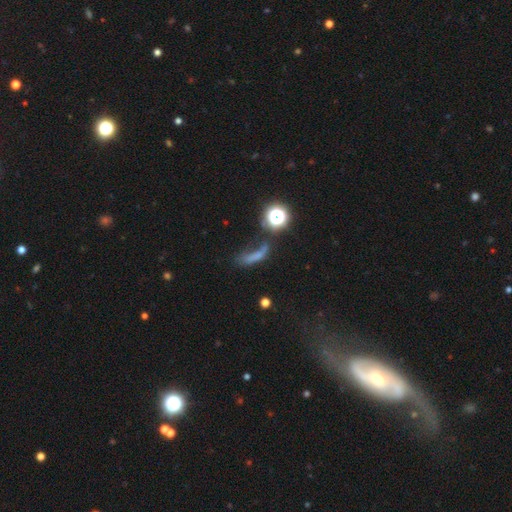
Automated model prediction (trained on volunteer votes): smooth 53%, star or artifact 26%, featured or disk 20%. Down the decision tree: how rounded — cigar-shaped (47%); merging — none (34%).